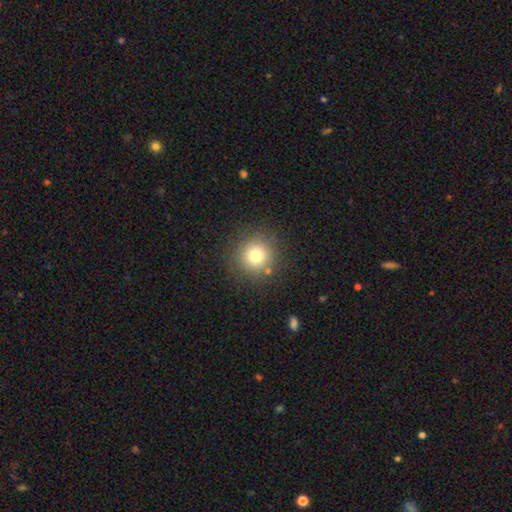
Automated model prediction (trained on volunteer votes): A smooth galaxy with no disk features (76%) that is round (94%). Merging: none (86%).